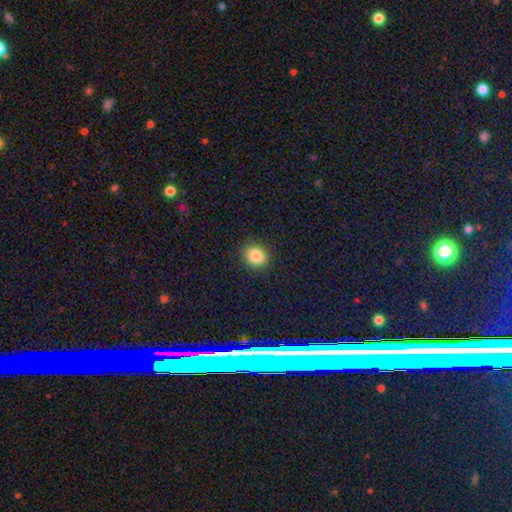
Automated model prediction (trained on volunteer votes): Smooth or featured: smooth — 86% (star or artifact — 10%)
How rounded: round — 71% (in between — 28%)
Merging: none — 89% (minor disturbance — 8%)